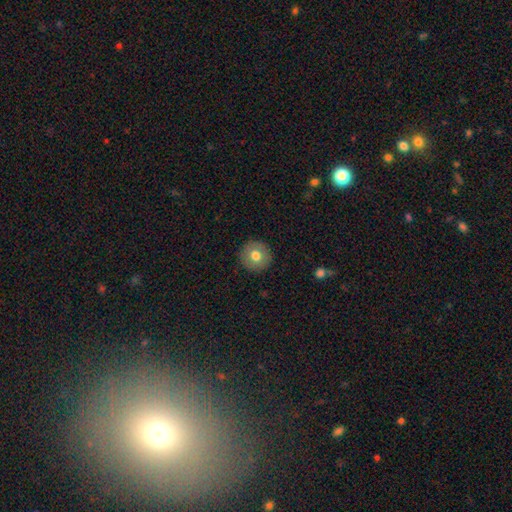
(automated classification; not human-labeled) A smooth galaxy with no disk features (74%) that is round (93%). Merging: none (91%).